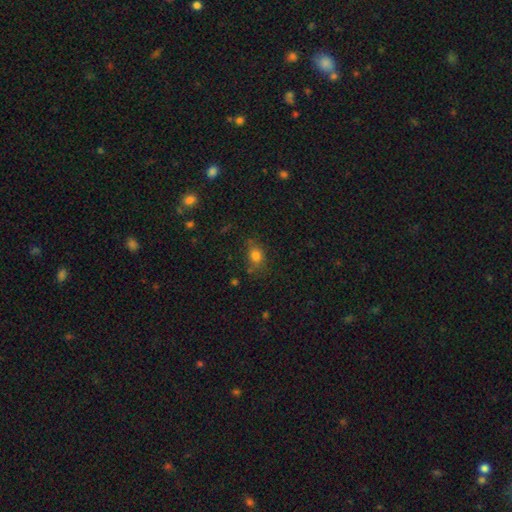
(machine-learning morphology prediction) smooth 77%, star or artifact 14%, featured or disk 9%. Down the decision tree: how rounded — in between (50%); merging — none (70%).